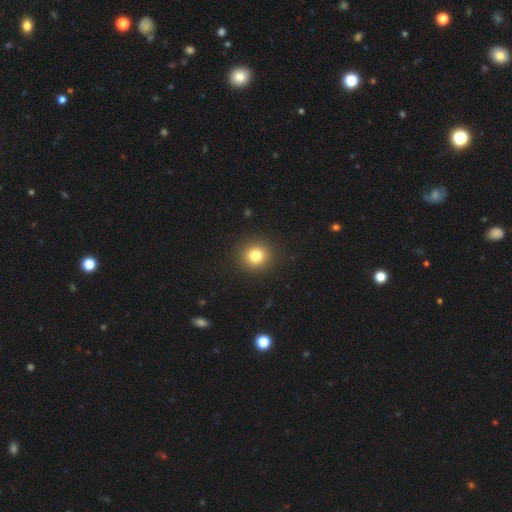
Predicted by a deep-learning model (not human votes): Q: Smooth or featured?
A: smooth (80%); runner-up: star or artifact (12%)
Q: How rounded?
A: round (91%); runner-up: in between (8%)
Q: Merging?
A: none (92%); runner-up: minor disturbance (5%)